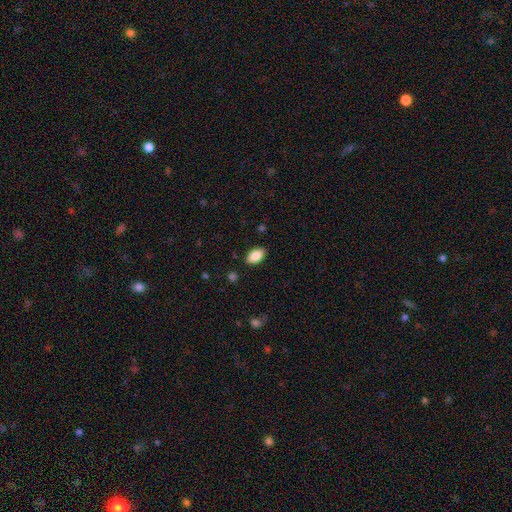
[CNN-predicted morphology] smooth-or-featured: smooth: 85% | featured or disk: 8% | star or artifact: 7%
  how-rounded: in between: 93% | round: 4% | cigar-shaped: 2%
  merging: none: 87% | minor disturbance: 10% | major disturbance: 2% | merger: 1%